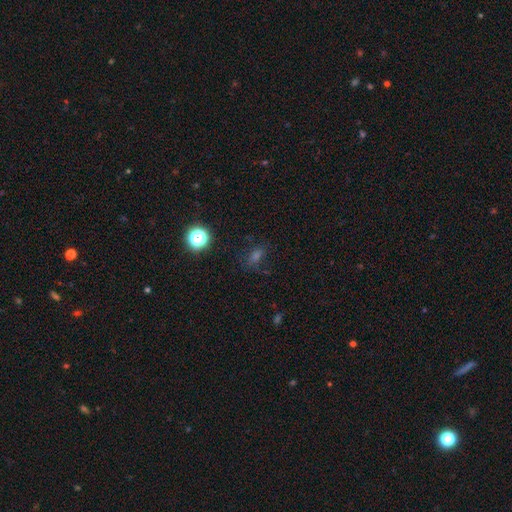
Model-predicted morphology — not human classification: Smooth or featured: smooth — 43% (star or artifact — 42%)
Merging: none — 72% (minor disturbance — 16%)